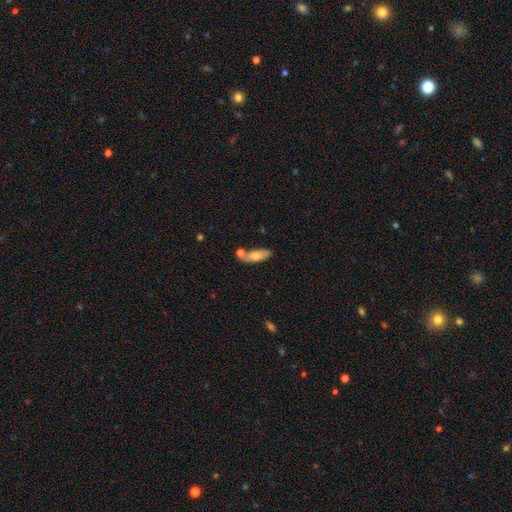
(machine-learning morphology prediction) Smooth or featured?
  - smooth: 72% *
  - featured or disk: 21%
  - star or artifact: 7%
How rounded?
  - in between: 73% *
  - cigar-shaped: 24%
  - round: 3%
Merging?
  - none: 56% *
  - merger: 22%
  - minor disturbance: 17%
  - major disturbance: 5%